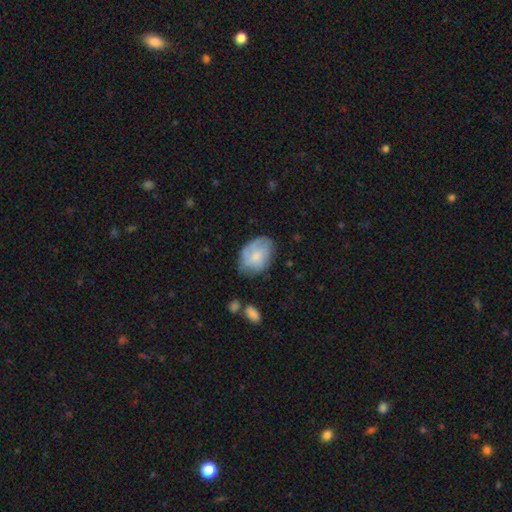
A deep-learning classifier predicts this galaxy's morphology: A smooth galaxy with no disk features (61%) that is in between round and cigar-shaped (76%).

Vote fractions:
- Smooth or featured? smooth: 61% / featured or disk: 33% / star or artifact: 7%
- How rounded? in between: 76% / round: 23% / cigar-shaped: 1%
- Merging? none: 60% / minor disturbance: 29% / major disturbance: 9% / merger: 3%